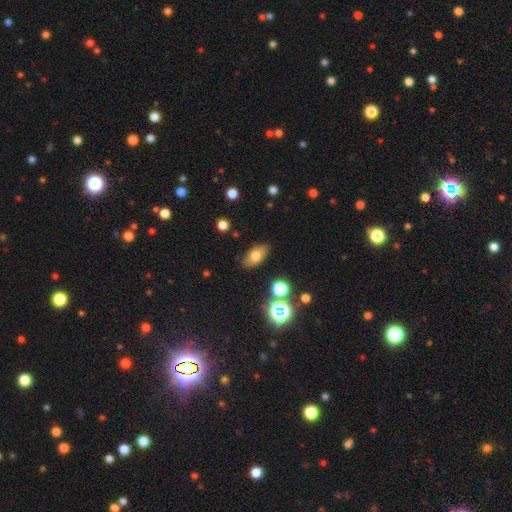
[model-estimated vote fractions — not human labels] The model was most divided on "smooth or featured": smooth: 73%, featured or disk: 16%, star or artifact: 12%. More confident: how rounded — in between (88%); merging — none (84%).